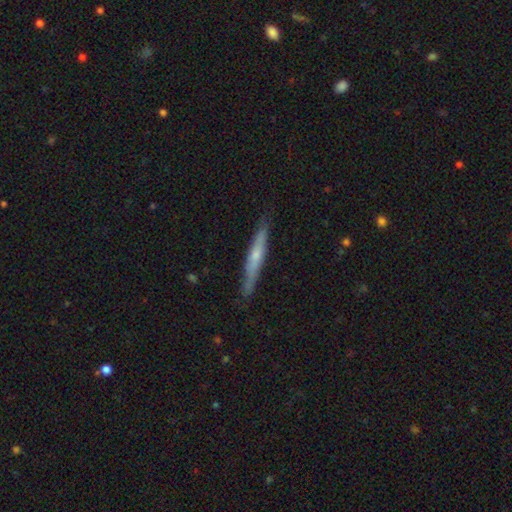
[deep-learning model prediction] Overall: featured or disk (54%; smooth 40%). Edge-on disk: yes (94%). Edge-on bulge: rounded (59%; none 36%). Merging: none (85%).